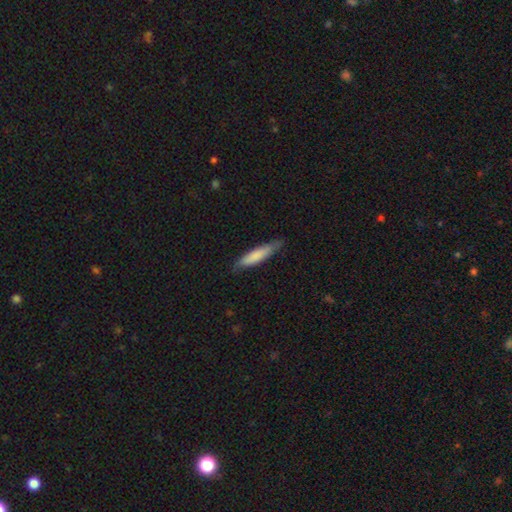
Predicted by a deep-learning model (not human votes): Smooth or featured: smooth — 76% (featured or disk — 18%)
How rounded: cigar-shaped — 82% (in between — 16%)
Merging: none — 78% (minor disturbance — 18%)